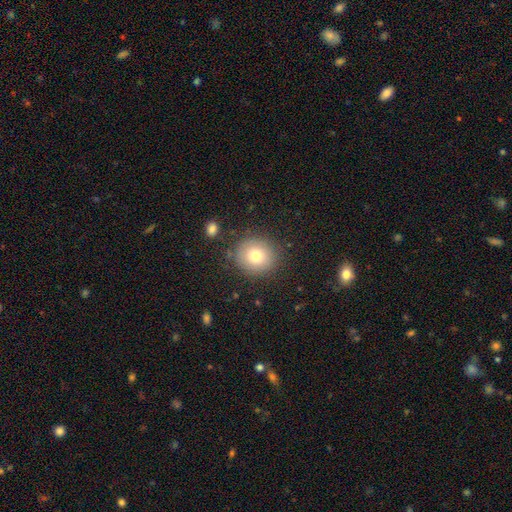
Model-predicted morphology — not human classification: A smooth galaxy with no disk features (74%) that is round (89%). Merging: none (84%).